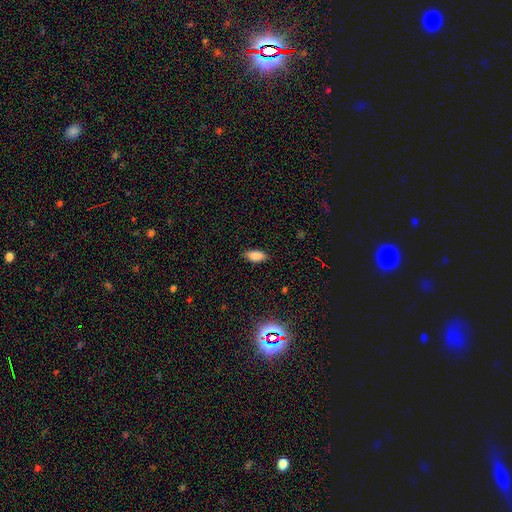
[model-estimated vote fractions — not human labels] This appears to be a smooth galaxy with no disk features (85%) that is in between round and cigar-shaped (89%). Merging: none (83%).